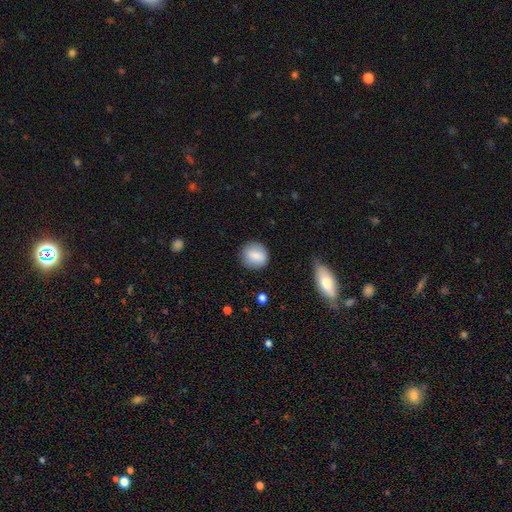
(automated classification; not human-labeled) Smooth or featured: smooth — 83% (featured or disk — 9%)
How rounded: round — 84% (in between — 15%)
Merging: none — 83% (minor disturbance — 13%)